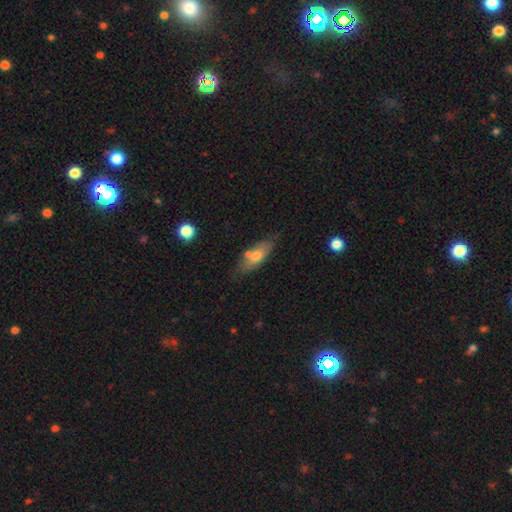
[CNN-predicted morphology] smooth_or_featured: smooth (p=0.63) [alt: featured or disk p=0.30]
how_rounded: in between (p=0.71) [alt: cigar-shaped p=0.26]
merging: none (p=0.65) [alt: minor disturbance p=0.19]